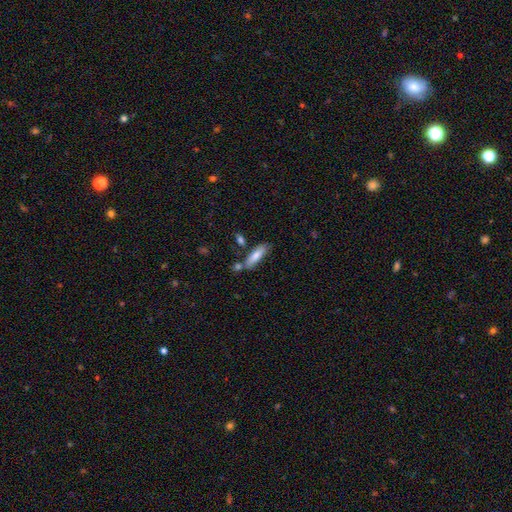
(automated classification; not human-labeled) Q: Smooth or featured?
A: smooth (78%); runner-up: featured or disk (16%)
Q: How rounded?
A: cigar-shaped (50%); runner-up: in between (48%)
Q: Merging?
A: none (66%); runner-up: minor disturbance (17%)